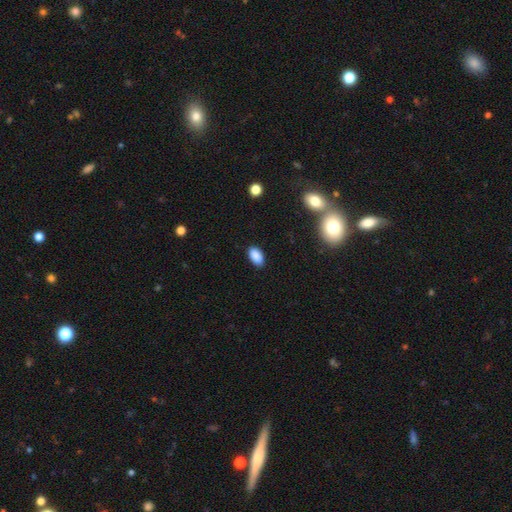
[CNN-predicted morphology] Smooth or featured? smooth (88%)
How rounded? in between (94%)
Merging? none (86%)